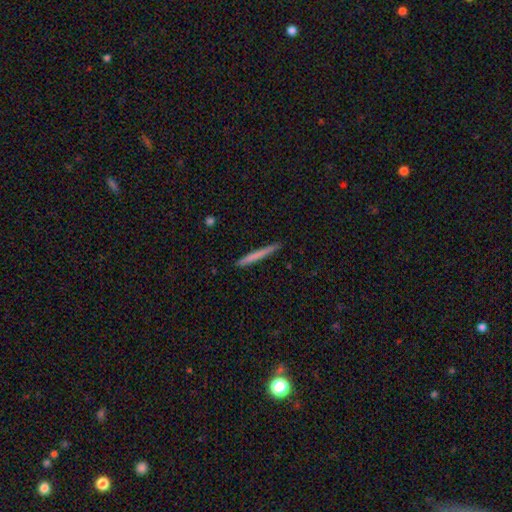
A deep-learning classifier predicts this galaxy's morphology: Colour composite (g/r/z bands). It shows a smooth galaxy with no disk features (69%) that is cigar-shaped (97%). Merging: none (91%).